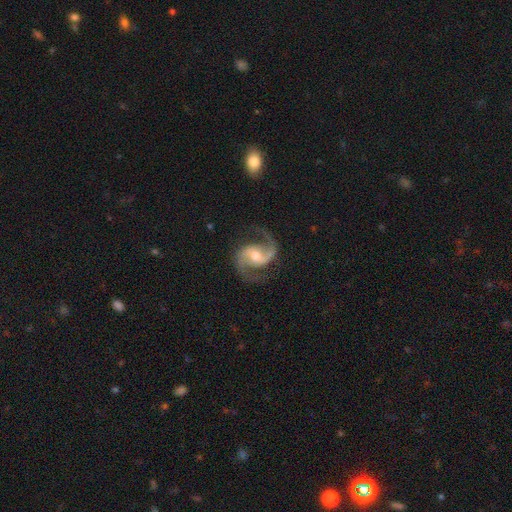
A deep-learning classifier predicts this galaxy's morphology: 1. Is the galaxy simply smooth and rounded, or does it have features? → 92% featured or disk, 4% star or artifact, 3% smooth.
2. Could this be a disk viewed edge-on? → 98% no, 2% yes.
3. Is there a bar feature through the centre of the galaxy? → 47% weak, 33% no, 20% strong.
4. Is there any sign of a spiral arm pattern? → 98% yes, 2% no.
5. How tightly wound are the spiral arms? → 59% medium, 30% loose, 11% tight.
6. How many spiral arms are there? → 94% 2, 2% 1, 1% can't tell, 1% 3, 1% 4, 1% more than 4.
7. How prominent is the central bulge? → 61% moderate, 30% small, 6% large, 3% none, 1% dominant.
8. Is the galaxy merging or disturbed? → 79% none, 13% minor disturbance, 6% major disturbance, 1% merger.